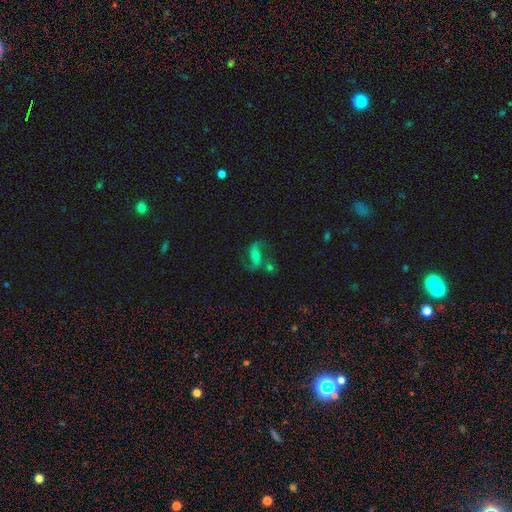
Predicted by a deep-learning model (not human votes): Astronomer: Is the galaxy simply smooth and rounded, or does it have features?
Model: featured or disk — 71%.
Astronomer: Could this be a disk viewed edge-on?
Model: no — 94%.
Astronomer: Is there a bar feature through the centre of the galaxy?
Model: no — 36% (runner-up: weak, 33%).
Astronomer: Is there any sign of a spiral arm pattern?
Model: yes — 90%.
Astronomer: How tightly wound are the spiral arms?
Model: loose — 70%.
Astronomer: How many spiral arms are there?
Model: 2 — 90%.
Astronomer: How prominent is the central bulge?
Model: moderate — 49% (runner-up: small, 39%).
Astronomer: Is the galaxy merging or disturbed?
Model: none — 56%.